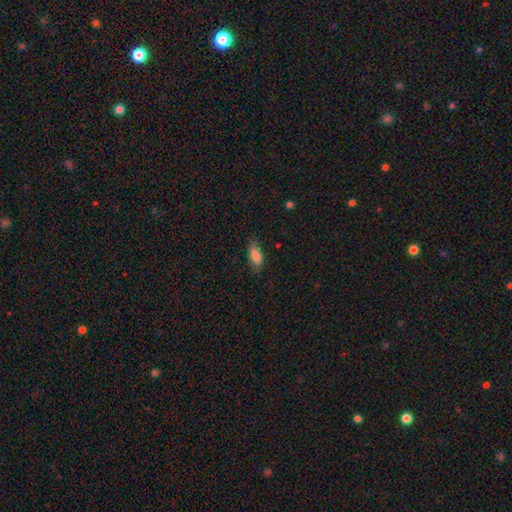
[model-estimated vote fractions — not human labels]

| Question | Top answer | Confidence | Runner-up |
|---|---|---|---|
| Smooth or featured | smooth | 80% | featured or disk (13%) |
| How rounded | in between | 79% | cigar-shaped (18%) |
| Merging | none | 75% | minor disturbance (19%) |